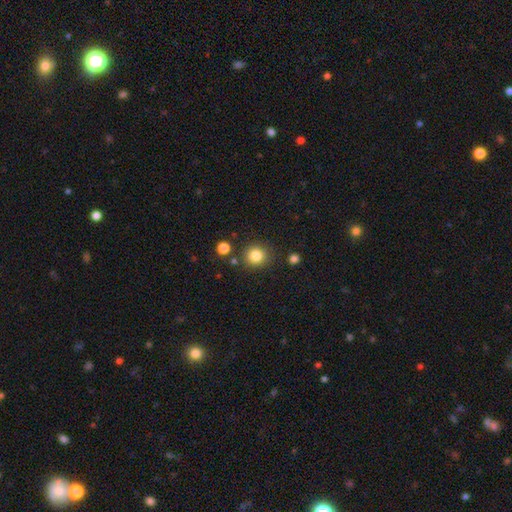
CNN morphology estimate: smooth-or-featured: smooth: 84% | star or artifact: 11% | featured or disk: 5%
  how-rounded: round: 90% | in between: 9% | cigar-shaped: 1%
  merging: none: 85% | minor disturbance: 8% | merger: 4% | major disturbance: 3%